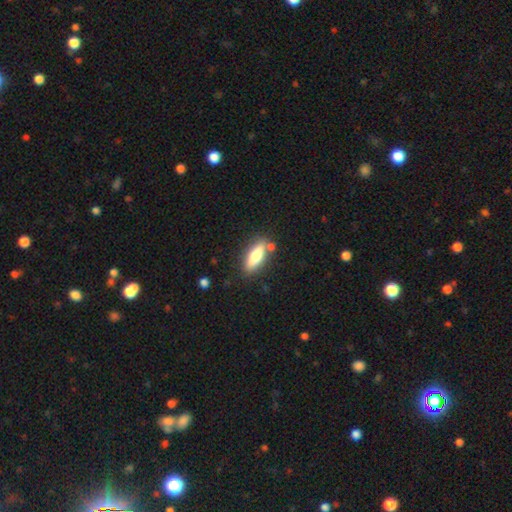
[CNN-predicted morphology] type=smooth (68%); roundness=in between (51%); merging=none (77%).